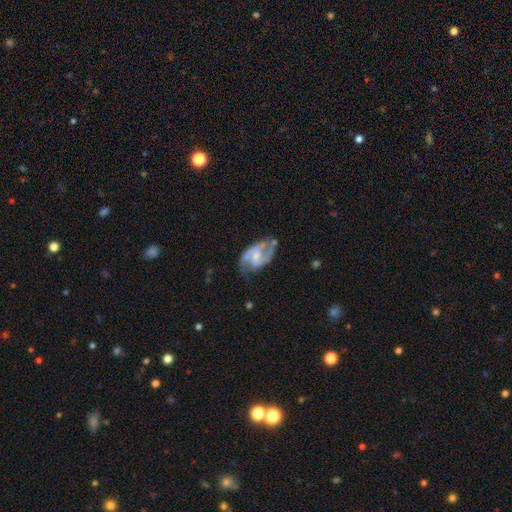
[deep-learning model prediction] A featured or disk galaxy (81%) with a weak bar (47%), 2 (81%) medium (52%) spiral arms (91%) and a small central bulge (48%). Merging: none (58%).